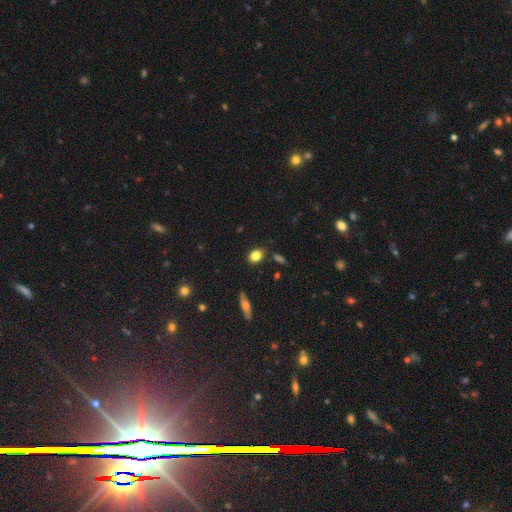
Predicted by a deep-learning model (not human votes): A smooth galaxy with no disk features (84%) that is in between round and cigar-shaped (69%).

Vote fractions:
- Smooth or featured? smooth: 84% / star or artifact: 9% / featured or disk: 7%
- How rounded? in between: 69% / round: 29% / cigar-shaped: 3%
- Merging? none: 84% / minor disturbance: 11% / merger: 3% / major disturbance: 3%